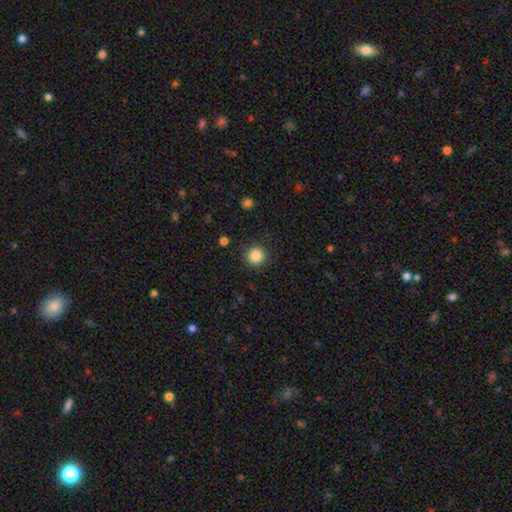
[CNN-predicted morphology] Overall: smooth (86%). How rounded: round (93%). Merging: none (90%).